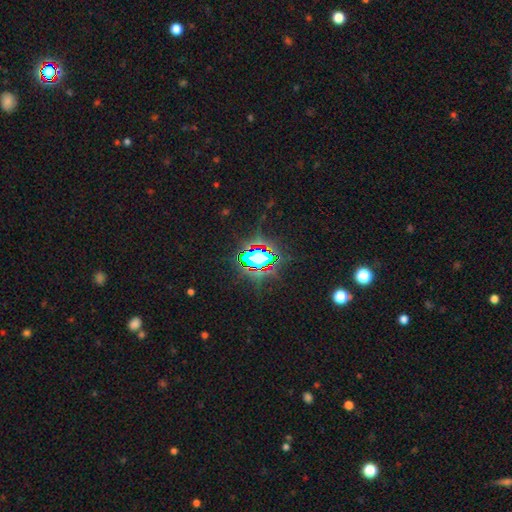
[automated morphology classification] This appears to be a star or artifact, not a galaxy (72%).